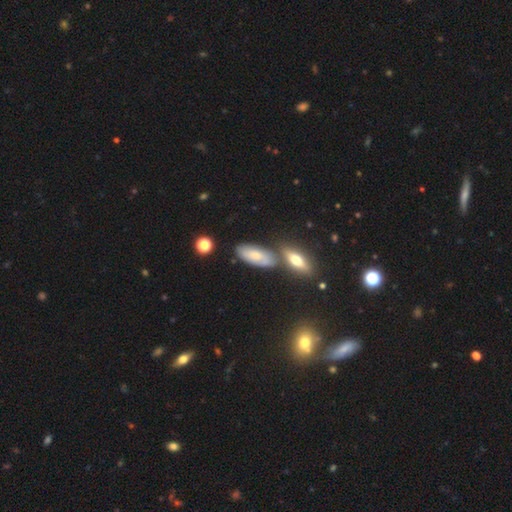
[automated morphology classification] smooth-or-featured: smooth: 62% | featured or disk: 30% | star or artifact: 8%
  how-rounded: in between: 82% | cigar-shaped: 15% | round: 3%
  merging: none: 61% | merger: 19% | minor disturbance: 16% | major disturbance: 5%